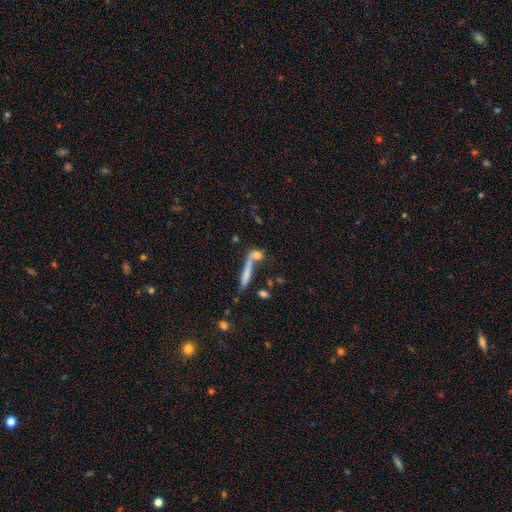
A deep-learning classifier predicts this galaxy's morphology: Smooth or featured? smooth (61%)
How rounded? cigar-shaped (60%)
Merging? none (45%)